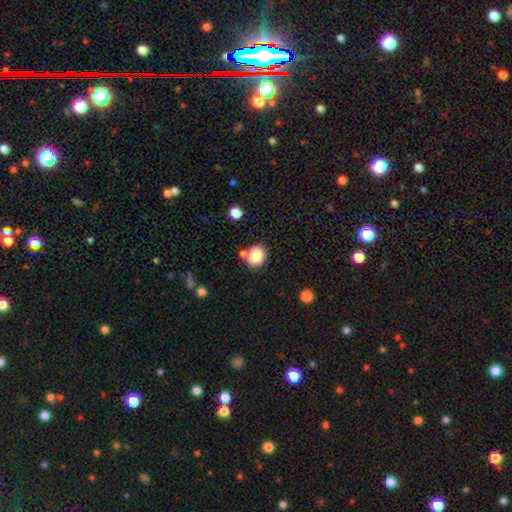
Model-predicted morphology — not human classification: type=smooth (84%); roundness=round (70%); merging=none (67%).